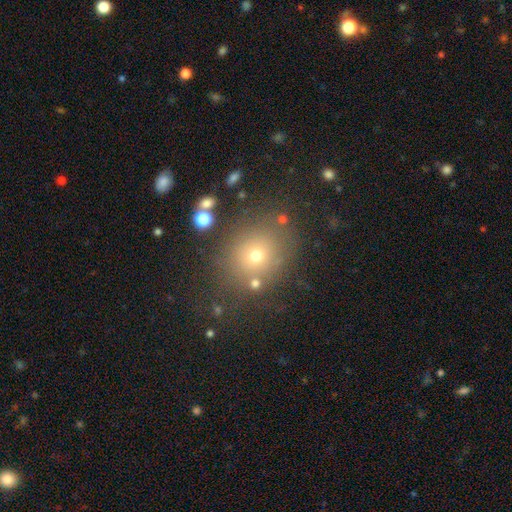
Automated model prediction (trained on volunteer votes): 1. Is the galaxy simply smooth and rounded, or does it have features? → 64% smooth, 23% star or artifact, 13% featured or disk.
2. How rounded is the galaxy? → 73% round, 26% in between, 1% cigar-shaped.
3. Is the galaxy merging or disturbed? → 78% none, 11% minor disturbance, 5% major disturbance, 5% merger.